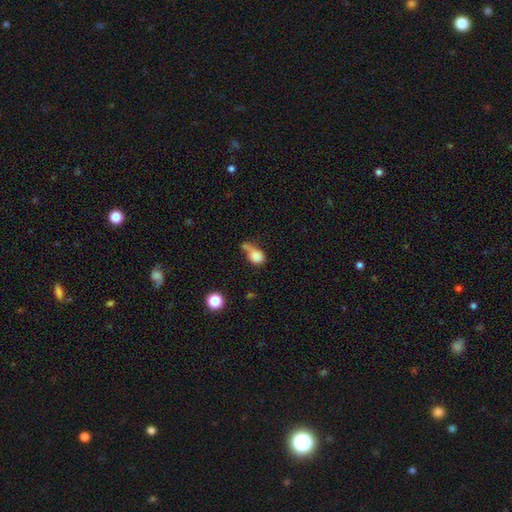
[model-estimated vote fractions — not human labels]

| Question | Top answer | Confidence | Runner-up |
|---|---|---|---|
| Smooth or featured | smooth | 78% | featured or disk (12%) |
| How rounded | in between | 53% | round (44%) |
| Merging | major disturbance | 28% | none (25%) |